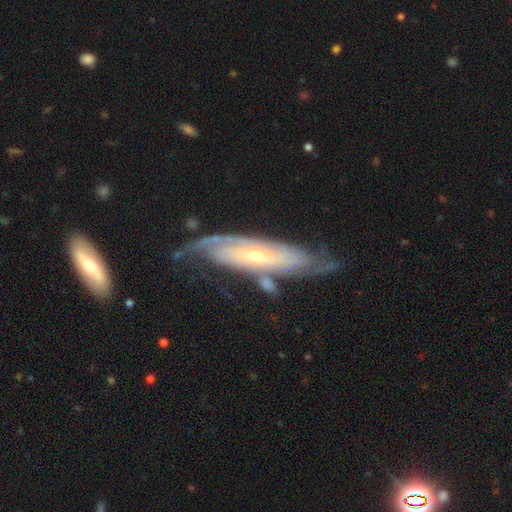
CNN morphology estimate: A featured or disk galaxy (84%) with no bar (61%), tight (63%) spiral arms (93%) and a small central bulge (57%). Merging: none (63%).